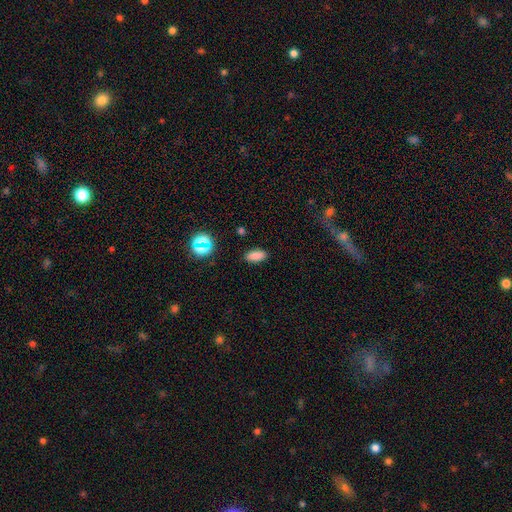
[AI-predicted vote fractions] The model was most divided on "smooth or featured": smooth: 80%, star or artifact: 14%, featured or disk: 5%. More confident: merging — none (88%); how rounded — in between (87%).